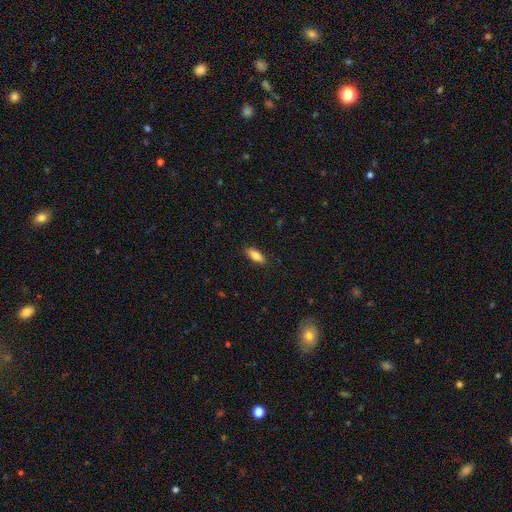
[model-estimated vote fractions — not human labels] Smooth or featured? Predicted: smooth (p=0.79). How rounded? Predicted: in between (p=0.62). Merging? Predicted: none (p=0.88).